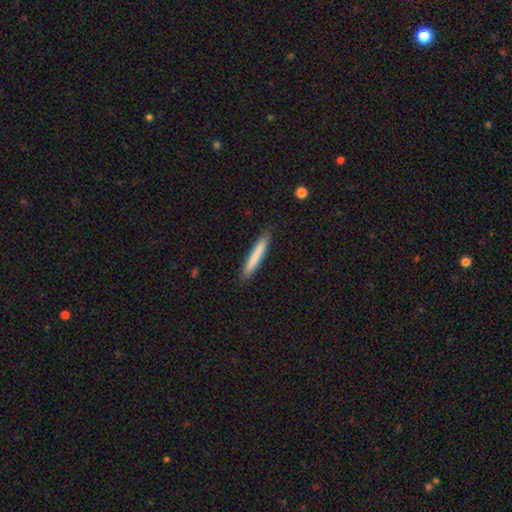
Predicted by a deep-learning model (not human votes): A smooth galaxy with no disk features (76%) that is cigar-shaped (95%). Merging: none (90%).